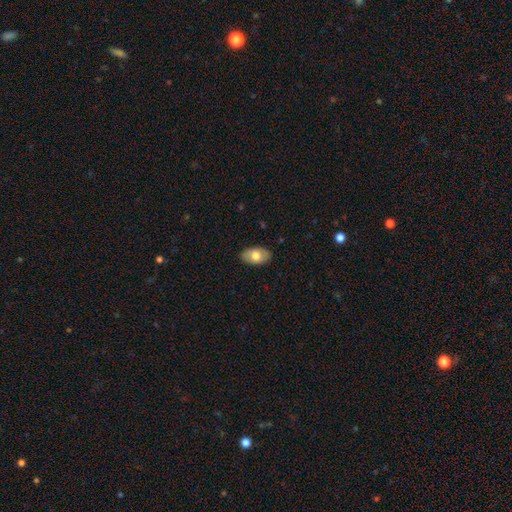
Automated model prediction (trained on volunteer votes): Smooth or featured? Predicted: smooth (p=0.68). How rounded? Predicted: in between (p=0.93). Merging? Predicted: none (p=0.86).